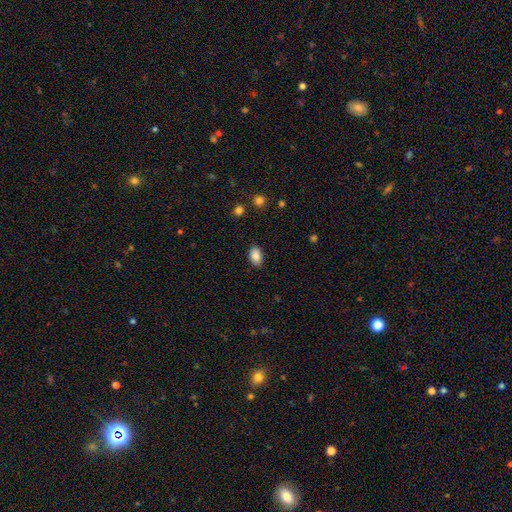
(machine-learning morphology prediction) Smooth or featured? smooth (86%)
How rounded? in between (89%)
Merging? none (88%)